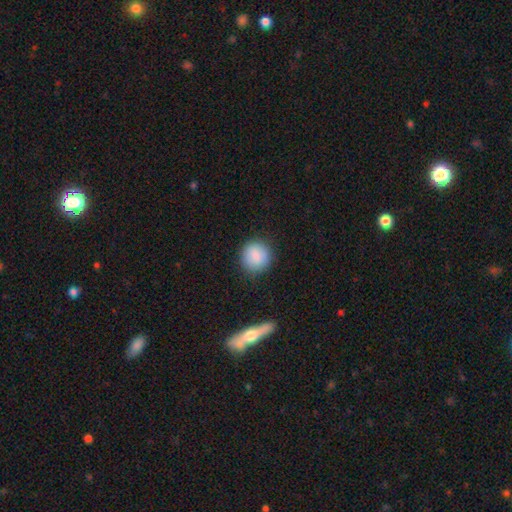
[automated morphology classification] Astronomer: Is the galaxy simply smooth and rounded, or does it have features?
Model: smooth — 86%.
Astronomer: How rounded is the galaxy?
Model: round — 90%.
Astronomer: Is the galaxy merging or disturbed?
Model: none — 86%.